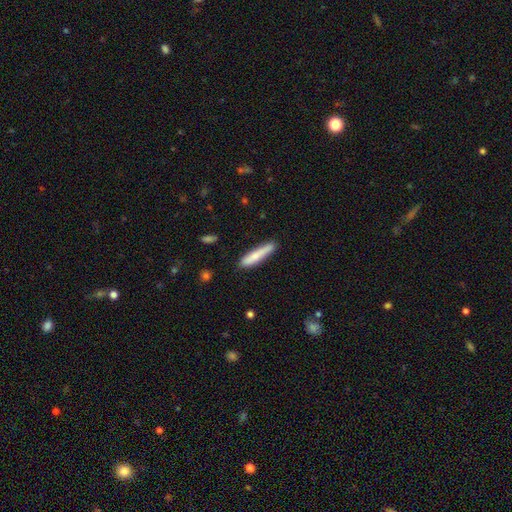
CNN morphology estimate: Smooth or featured?
  - smooth: 74% *
  - featured or disk: 20%
  - star or artifact: 6%
How rounded?
  - cigar-shaped: 88% *
  - in between: 10%
  - round: 1%
Merging?
  - none: 81% *
  - minor disturbance: 14%
  - major disturbance: 2%
  - merger: 2%